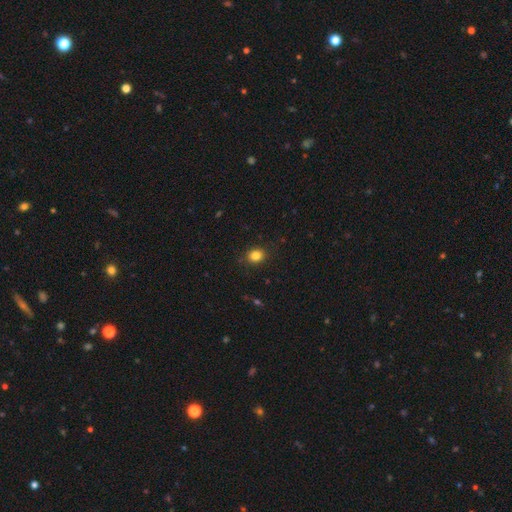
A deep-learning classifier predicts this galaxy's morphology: Q: Smooth or featured?
A: smooth (83%); runner-up: star or artifact (12%)
Q: How rounded?
A: round (65%); runner-up: in between (34%)
Q: Merging?
A: none (88%); runner-up: minor disturbance (9%)